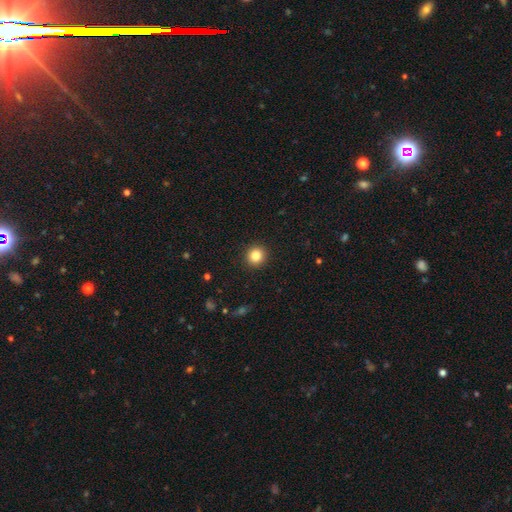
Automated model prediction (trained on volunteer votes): A smooth galaxy with no disk features (84%) that is round (94%).

Vote fractions:
- Smooth or featured? smooth: 84% / star or artifact: 11% / featured or disk: 5%
- How rounded? round: 94% / in between: 5% / cigar-shaped: 1%
- Merging? none: 93% / minor disturbance: 5% / major disturbance: 2% / merger: 1%